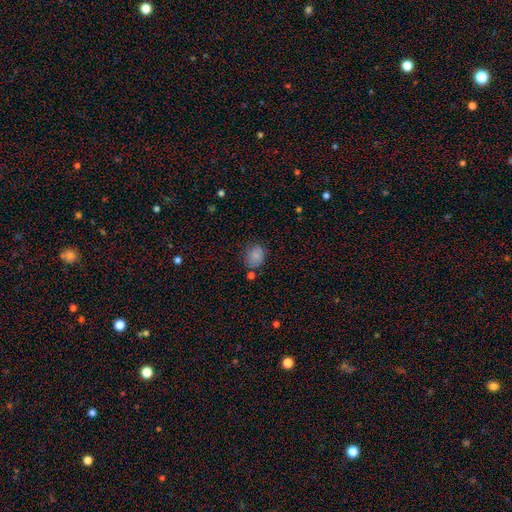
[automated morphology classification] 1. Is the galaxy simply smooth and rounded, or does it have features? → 81% smooth, 11% star or artifact, 7% featured or disk.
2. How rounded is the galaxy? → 56% round, 43% in between, 1% cigar-shaped.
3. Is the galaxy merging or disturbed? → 67% none, 21% minor disturbance, 7% merger, 6% major disturbance.